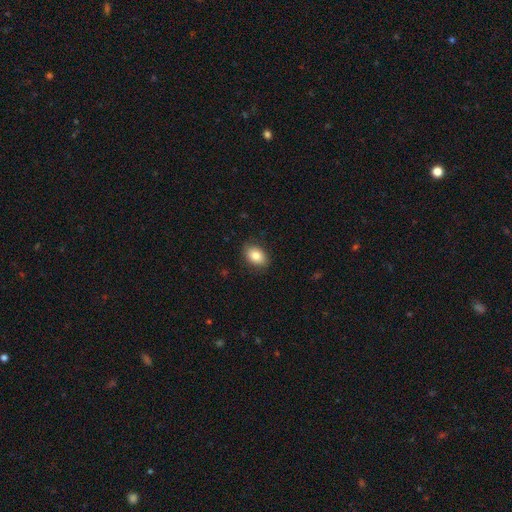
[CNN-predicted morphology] smooth-or-featured: smooth: 83% | featured or disk: 9% | star or artifact: 8%
  how-rounded: in between: 80% | round: 19% | cigar-shaped: 1%
  merging: none: 86% | minor disturbance: 10% | major disturbance: 2% | merger: 1%